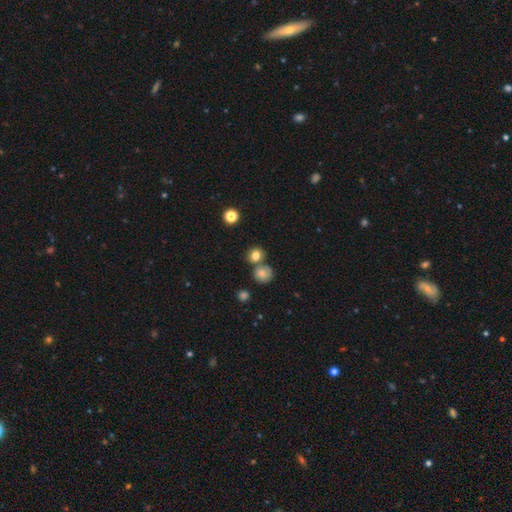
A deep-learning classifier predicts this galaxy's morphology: Smooth or featured? Predicted: smooth (p=0.79). How rounded? Predicted: round (p=0.80). Merging? Predicted: none (p=0.58).